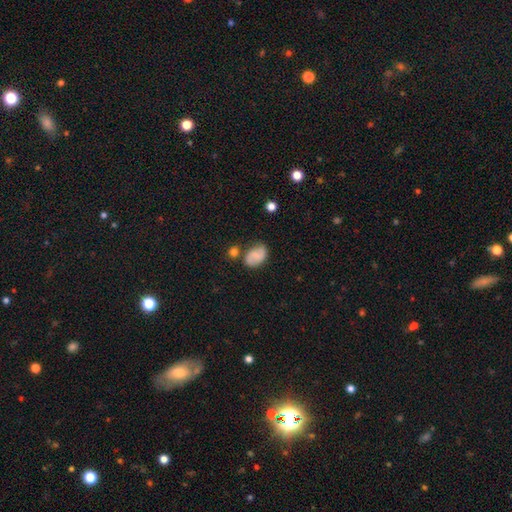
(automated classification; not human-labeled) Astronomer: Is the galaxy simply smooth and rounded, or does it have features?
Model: smooth — 58%.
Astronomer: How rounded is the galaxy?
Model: in between — 81%.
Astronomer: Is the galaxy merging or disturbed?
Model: none — 60%.